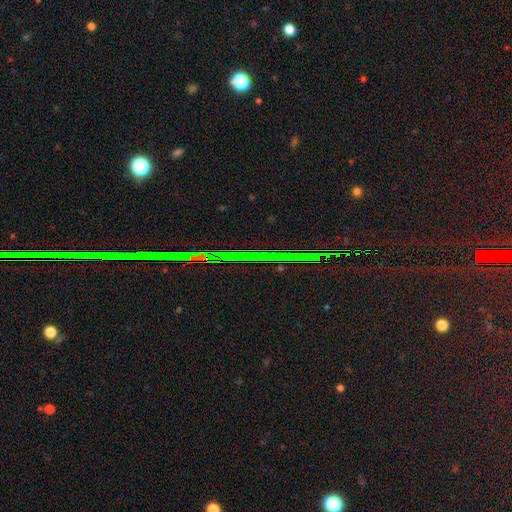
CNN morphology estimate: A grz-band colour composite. It shows a star or artifact, not a galaxy (86%).